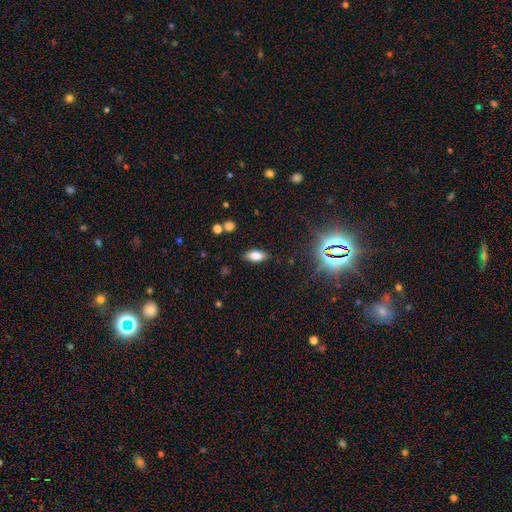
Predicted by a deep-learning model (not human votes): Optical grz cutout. It shows a smooth galaxy with no disk features (78%) that is in between round and cigar-shaped (86%). Merging: none (85%).